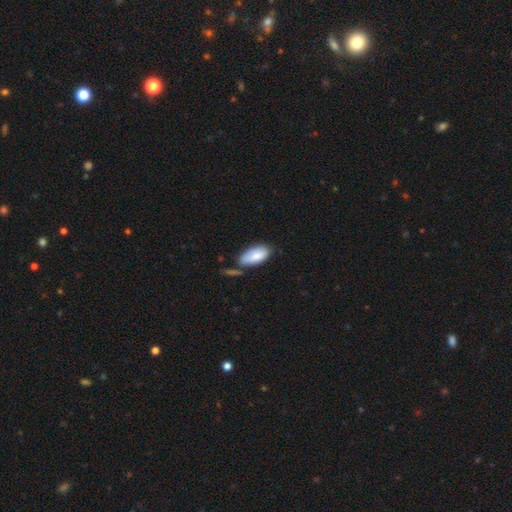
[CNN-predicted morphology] type=smooth (82%); roundness=in between (92%); merging=none (60%).